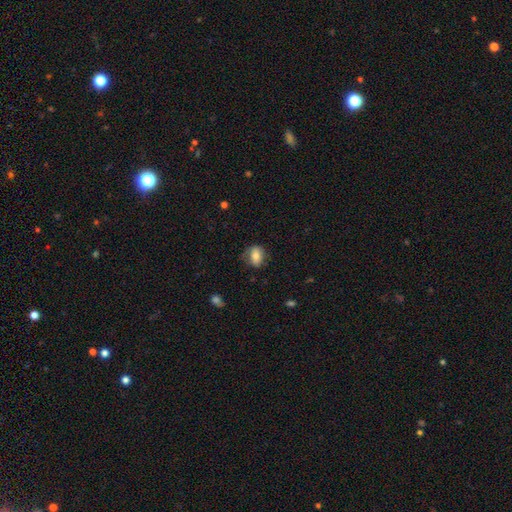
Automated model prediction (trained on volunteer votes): The model was most divided on "how rounded": in between: 62%, round: 36%, cigar-shaped: 2%. More confident: smooth or featured — smooth (70%); merging — none (66%).